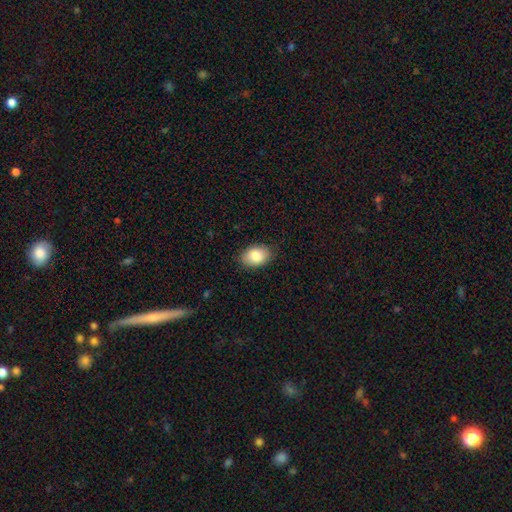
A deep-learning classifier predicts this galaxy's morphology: smooth-or-featured: smooth: 85% | featured or disk: 8% | star or artifact: 7%
  how-rounded: in between: 85% | round: 14% | cigar-shaped: 1%
  merging: none: 85% | minor disturbance: 11% | major disturbance: 2% | merger: 1%